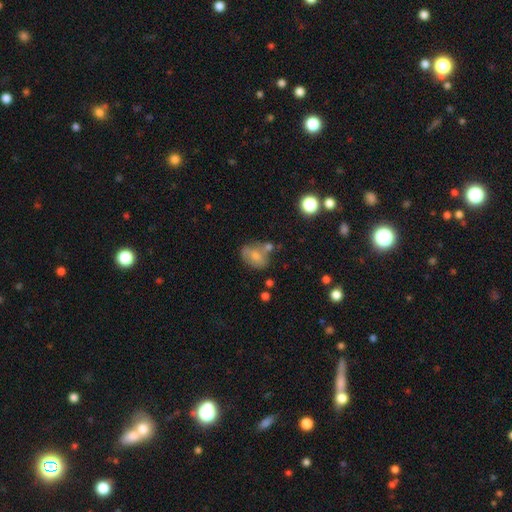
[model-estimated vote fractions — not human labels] Q: Smooth or featured?
A: smooth (67%); runner-up: featured or disk (23%)
Q: How rounded?
A: in between (70%); runner-up: round (29%)
Q: Merging?
A: none (45%); runner-up: minor disturbance (24%)